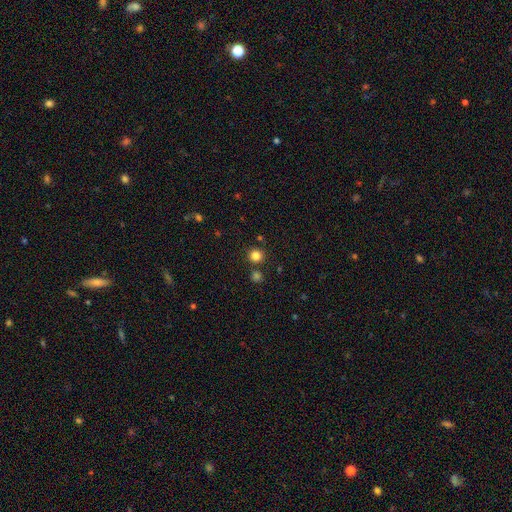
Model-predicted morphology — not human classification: A smooth galaxy with no disk features (82%) that is round (93%). Merging: none (83%).